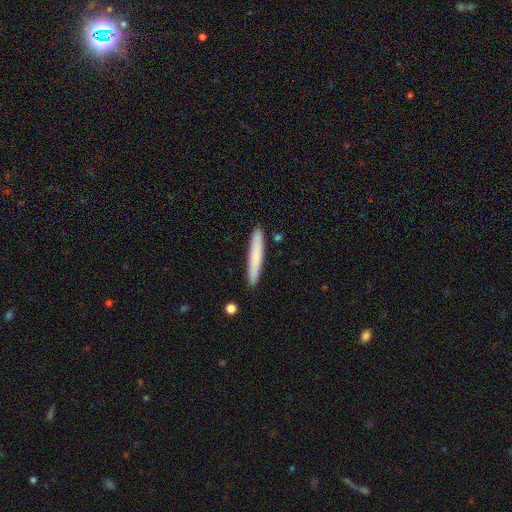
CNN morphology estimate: A smooth galaxy with no disk features (75%) that is cigar-shaped (95%).

Vote fractions:
- Smooth or featured? smooth: 75% / featured or disk: 19% / star or artifact: 6%
- How rounded? cigar-shaped: 95% / in between: 4% / round: 1%
- Merging? none: 89% / minor disturbance: 8% / merger: 2% / major disturbance: 1%